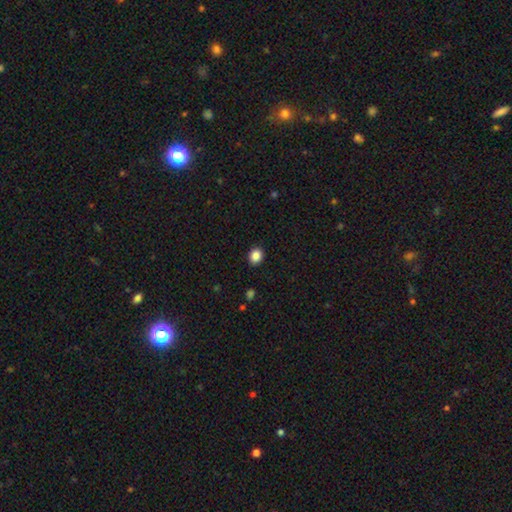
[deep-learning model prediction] Morphology: type=smooth (87%); roundness=round (64%); merging=none (91%).